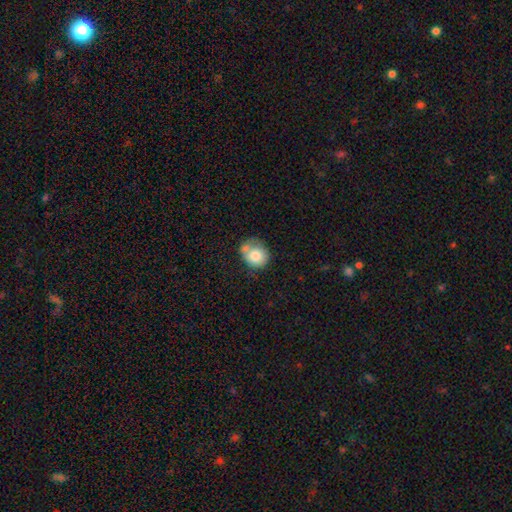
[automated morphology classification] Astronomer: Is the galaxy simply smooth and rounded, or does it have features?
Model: smooth — 78%.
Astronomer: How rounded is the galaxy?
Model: round — 69%.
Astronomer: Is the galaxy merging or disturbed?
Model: none — 41% (runner-up: merger, 27%).